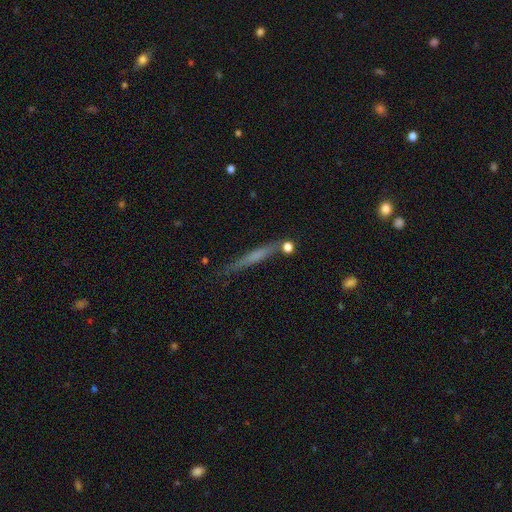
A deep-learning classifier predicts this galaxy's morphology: Overall: featured or disk (48%; smooth 43%). Merging: none (78%).